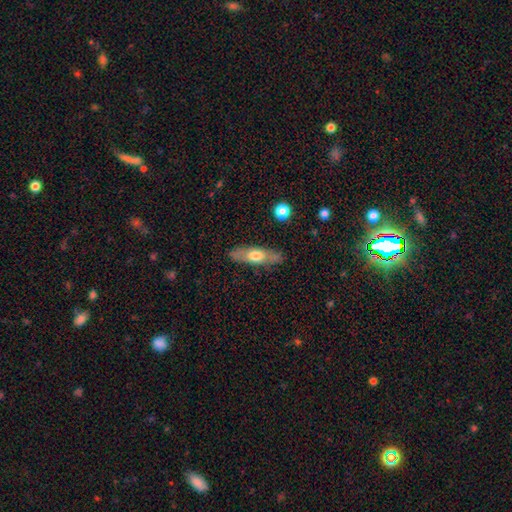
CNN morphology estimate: Smooth or featured? smooth (54%)
How rounded? cigar-shaped (58%)
Merging? none (83%)